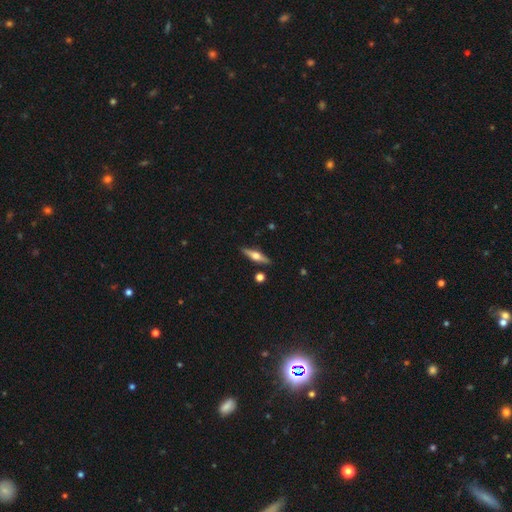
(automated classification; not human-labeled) A featured or disk galaxy (63%) viewed edge-on (96%) with a rounded central bulge (93%). Merging: none (88%).